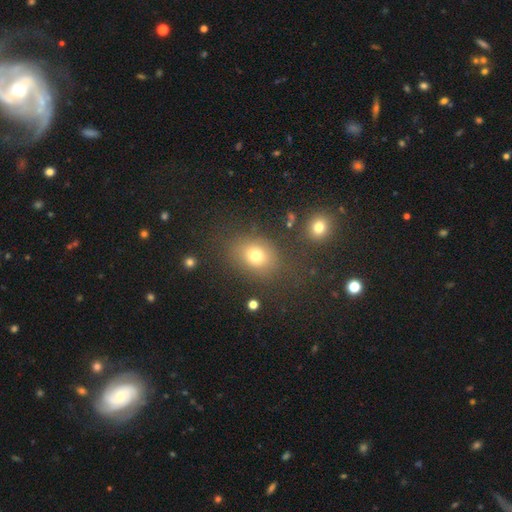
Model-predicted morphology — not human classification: Smooth or featured: smooth — 73% (star or artifact — 17%)
How rounded: in between — 50% (round — 48%)
Merging: none — 75% (minor disturbance — 13%)